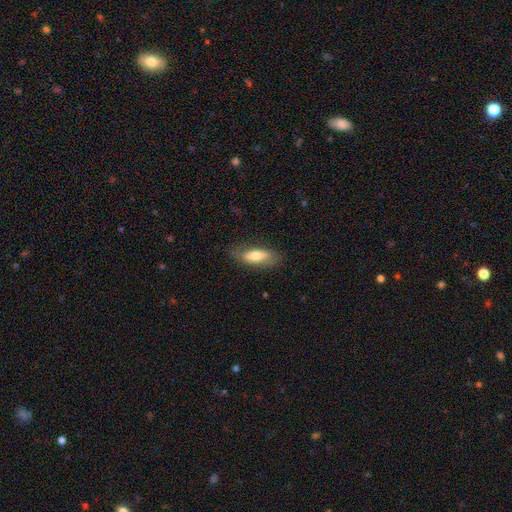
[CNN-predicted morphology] Smooth or featured? Predicted: smooth (p=0.66). How rounded? Predicted: in between (p=0.76). Merging? Predicted: none (p=0.73).